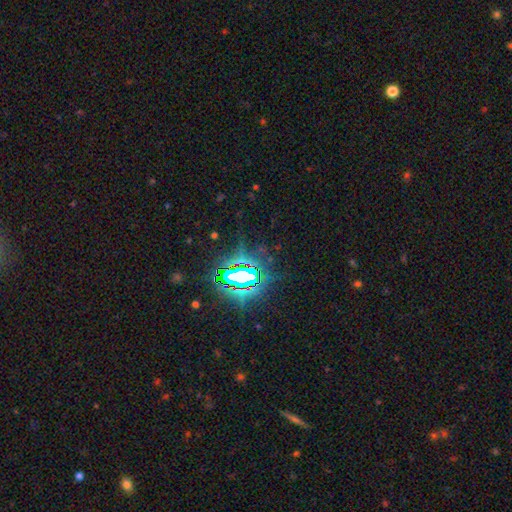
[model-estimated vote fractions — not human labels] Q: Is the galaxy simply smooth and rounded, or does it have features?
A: star or artifact — 81%.